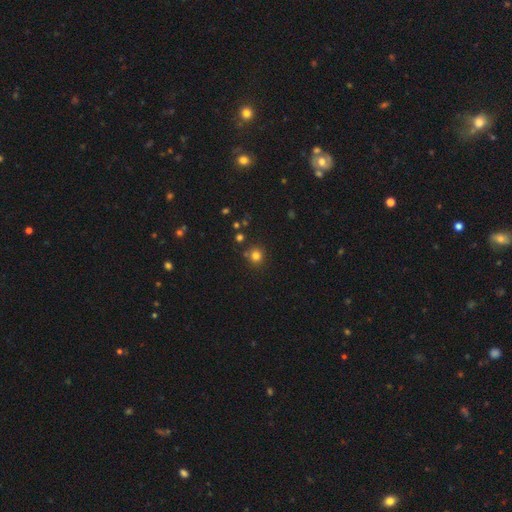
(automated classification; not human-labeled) smooth_or_featured: smooth (p=0.79) [alt: star or artifact p=0.15]
how_rounded: round (p=0.91) [alt: in between p=0.08]
merging: none (p=0.79) [alt: minor disturbance p=0.09]